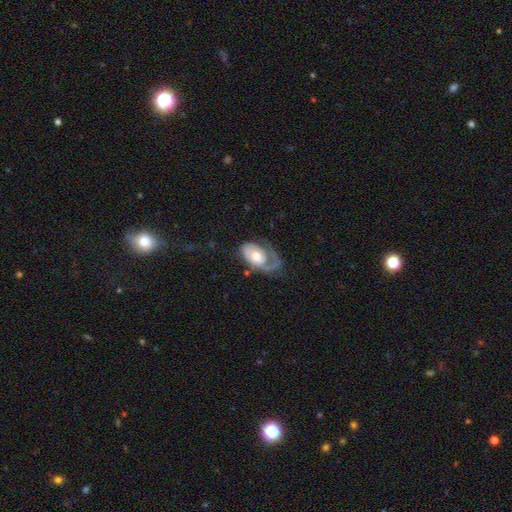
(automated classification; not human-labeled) This appears to be a featured or disk galaxy (67%) with no bar (75%), spiral arms (77%) and a moderate central bulge (67%). Merging: none (37%).